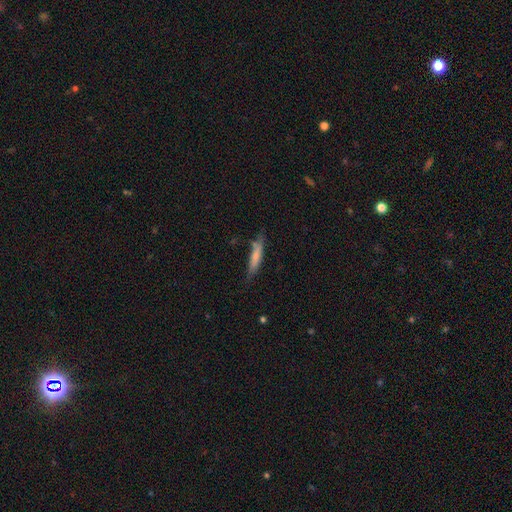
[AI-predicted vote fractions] Smooth or featured?
  - smooth: 72% *
  - featured or disk: 22%
  - star or artifact: 6%
How rounded?
  - cigar-shaped: 86% *
  - in between: 13%
  - round: 2%
Merging?
  - none: 64% *
  - minor disturbance: 25%
  - major disturbance: 6%
  - merger: 5%